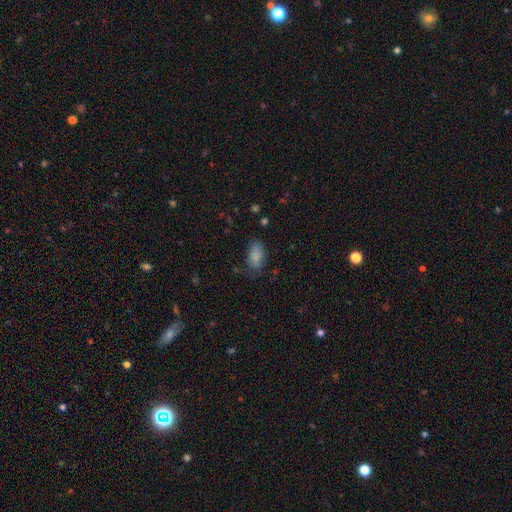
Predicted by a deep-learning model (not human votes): Morphology: type=smooth (84%); roundness=in between (92%); merging=none (61%).